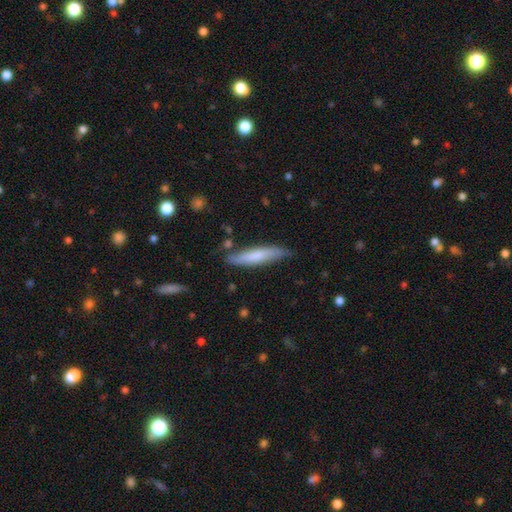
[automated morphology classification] Smooth or featured? smooth (69%)
How rounded? cigar-shaped (86%)
Merging? none (78%)